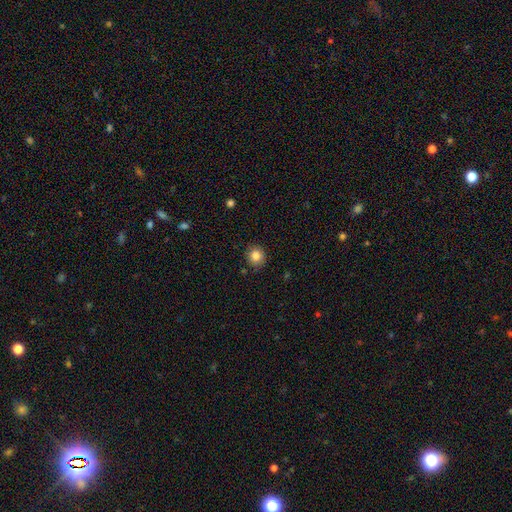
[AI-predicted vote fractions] A smooth galaxy with no disk features (84%) that is round (88%). Merging: none (87%).